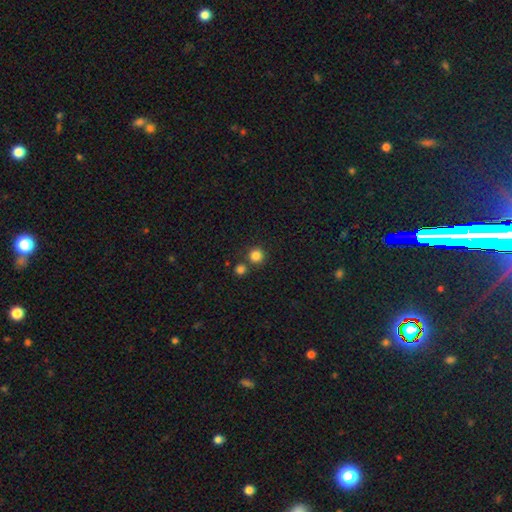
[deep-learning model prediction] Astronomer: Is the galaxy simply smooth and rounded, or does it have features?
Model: smooth — 83%.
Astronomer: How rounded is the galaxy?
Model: round — 95%.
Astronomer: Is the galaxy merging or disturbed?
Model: none — 77%.